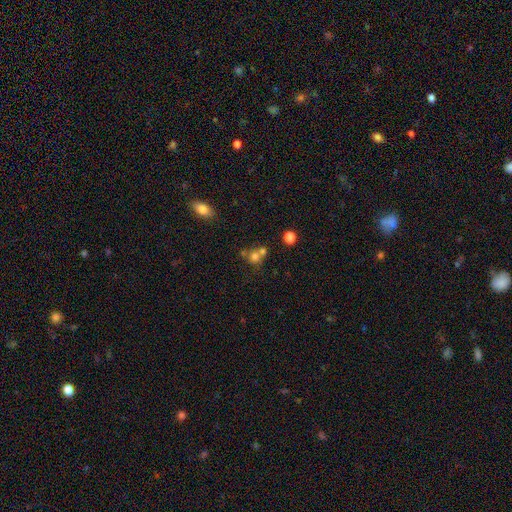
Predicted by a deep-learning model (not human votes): A smooth galaxy with no disk features (70%) that is round (82%).

Vote fractions:
- Smooth or featured? smooth: 70% / star or artifact: 16% / featured or disk: 15%
- How rounded? round: 82% / in between: 17% / cigar-shaped: 1%
- Merging? merger: 46% / none: 42% / minor disturbance: 8% / major disturbance: 4%